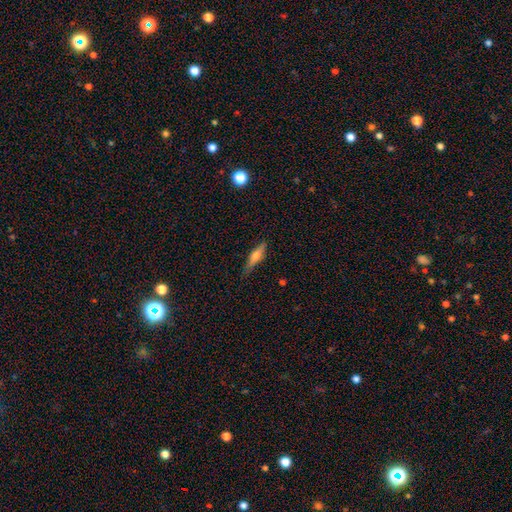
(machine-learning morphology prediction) The model was most divided on "smooth or featured": smooth: 50%, featured or disk: 43%, star or artifact: 7%. More confident: merging — none (80%).